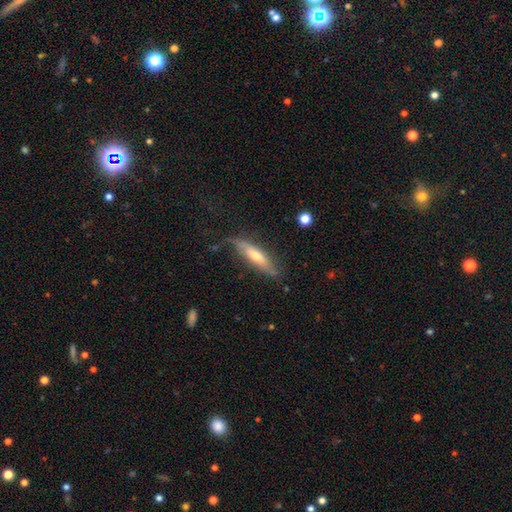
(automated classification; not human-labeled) featured or disk 54%, smooth 39%, star or artifact 8%. Down the decision tree: edge-on disk — yes (77%); merging — none (63%).